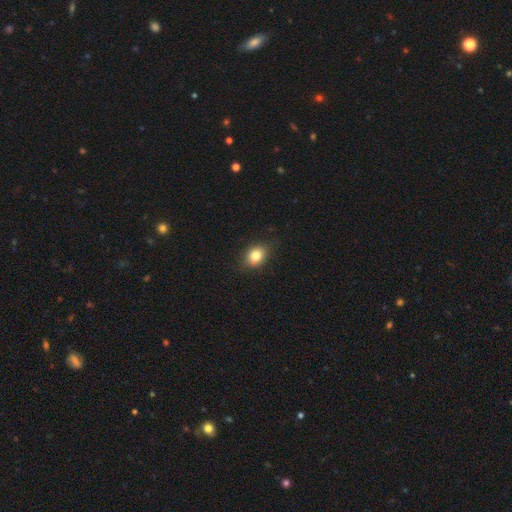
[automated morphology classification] Smooth or featured: smooth — 81% (star or artifact — 11%)
How rounded: in between — 57% (round — 42%)
Merging: none — 85% (minor disturbance — 12%)